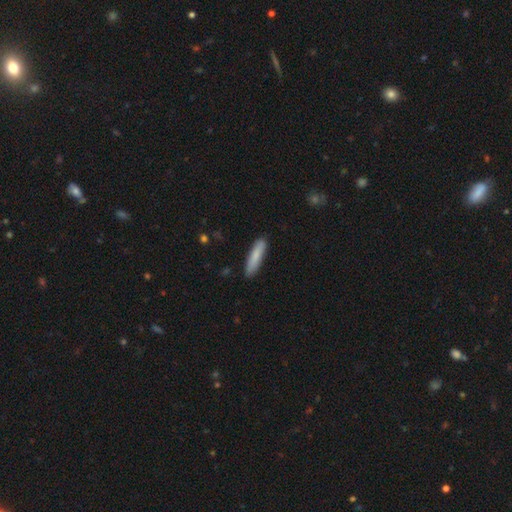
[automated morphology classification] This appears to be a smooth galaxy with no disk features (83%) that is cigar-shaped (80%). Merging: none (88%).